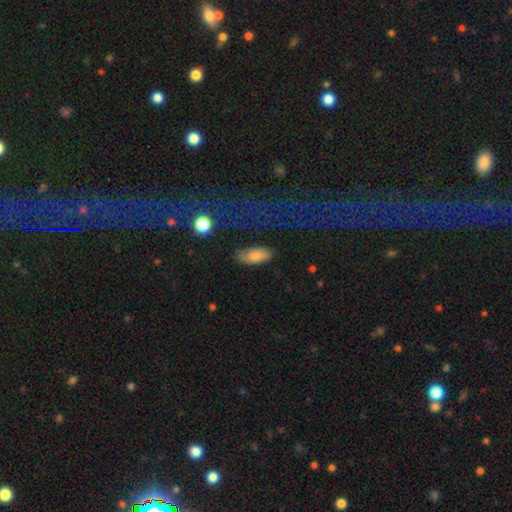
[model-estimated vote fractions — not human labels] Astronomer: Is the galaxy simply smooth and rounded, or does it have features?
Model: smooth — 76%.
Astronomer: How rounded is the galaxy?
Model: in between — 86%.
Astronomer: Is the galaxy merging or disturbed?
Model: none — 72%.